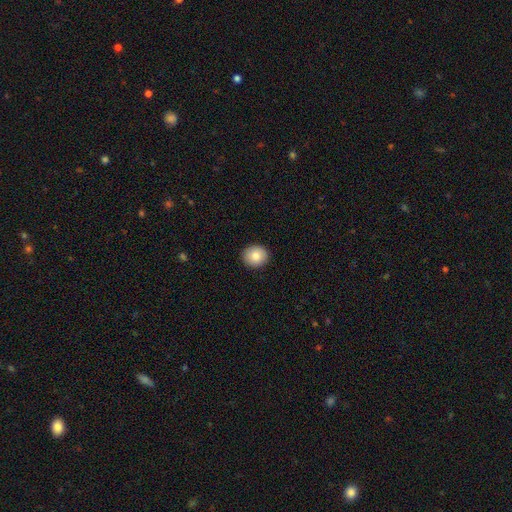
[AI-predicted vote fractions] A smooth galaxy with no disk features (85%) that is round (73%).

Vote fractions:
- Smooth or featured? smooth: 85% / star or artifact: 8% / featured or disk: 8%
- How rounded? round: 73% / in between: 26% / cigar-shaped: 1%
- Merging? none: 91% / minor disturbance: 7% / major disturbance: 2% / merger: 1%